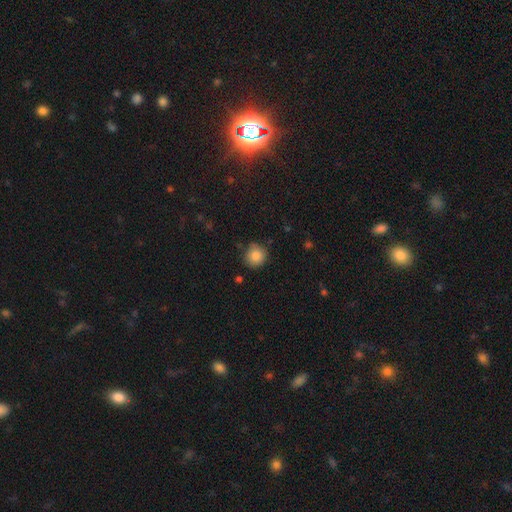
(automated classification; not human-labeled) Smooth or featured?
  - smooth: 86% *
  - star or artifact: 9%
  - featured or disk: 5%
How rounded?
  - round: 92% *
  - in between: 7%
  - cigar-shaped: 1%
Merging?
  - none: 82% *
  - minor disturbance: 13%
  - major disturbance: 3%
  - merger: 2%